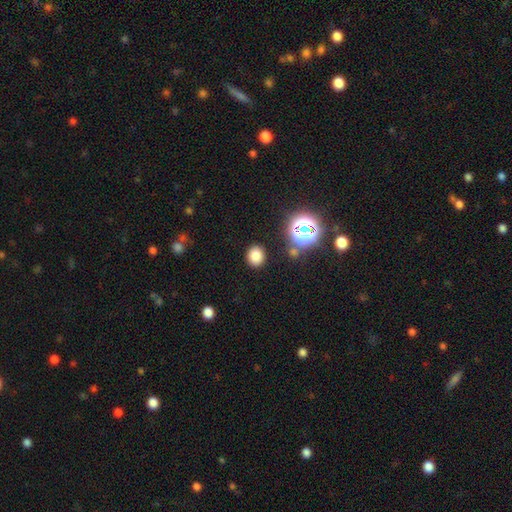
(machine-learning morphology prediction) smooth_or_featured: smooth (p=0.80) [alt: star or artifact p=0.14]
how_rounded: round (p=0.66) [alt: in between p=0.33]
merging: none (p=0.86) [alt: minor disturbance p=0.08]